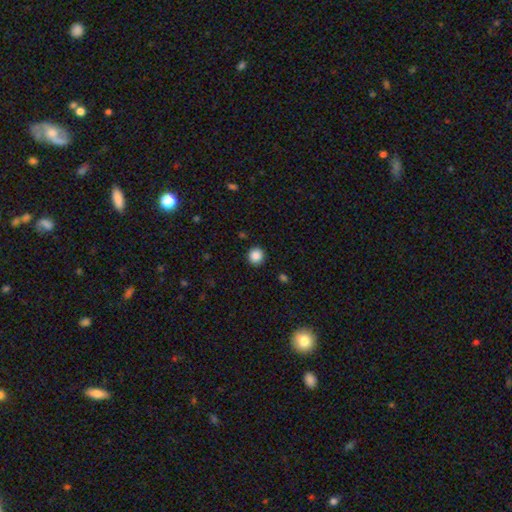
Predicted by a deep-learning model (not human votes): Smooth or featured?
  - smooth: 87% *
  - star or artifact: 10%
  - featured or disk: 3%
How rounded?
  - round: 93% *
  - in between: 6%
  - cigar-shaped: 1%
Merging?
  - none: 92% *
  - minor disturbance: 5%
  - major disturbance: 2%
  - merger: 1%